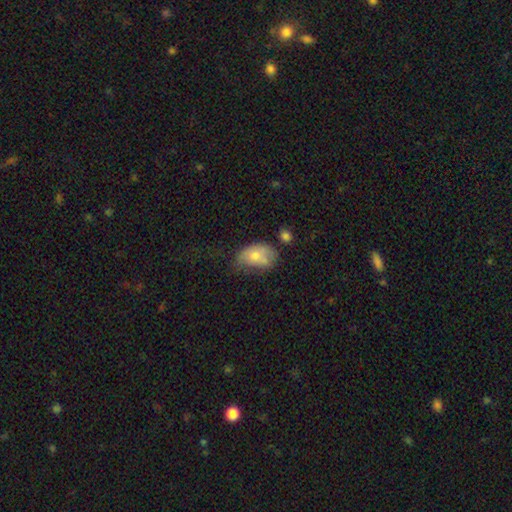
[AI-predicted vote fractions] Morphology: type=smooth (69%); roundness=in between (82%); merging=minor disturbance (37%).